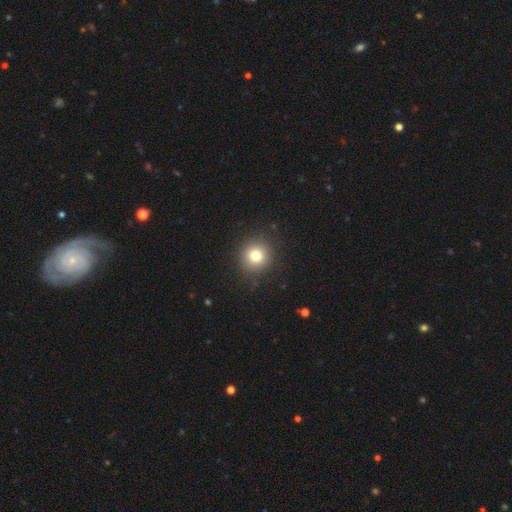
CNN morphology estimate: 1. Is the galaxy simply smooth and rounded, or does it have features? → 78% smooth, 13% star or artifact, 9% featured or disk.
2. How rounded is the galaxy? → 91% round, 8% in between, 1% cigar-shaped.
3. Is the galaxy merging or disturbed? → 90% none, 7% minor disturbance, 3% major disturbance, 1% merger.